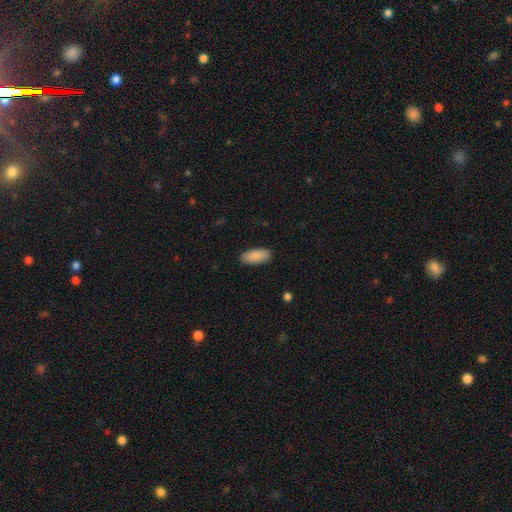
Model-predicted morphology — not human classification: Smooth or featured? Predicted: smooth (p=0.90). How rounded? Predicted: in between (p=0.88). Merging? Predicted: none (p=0.88).